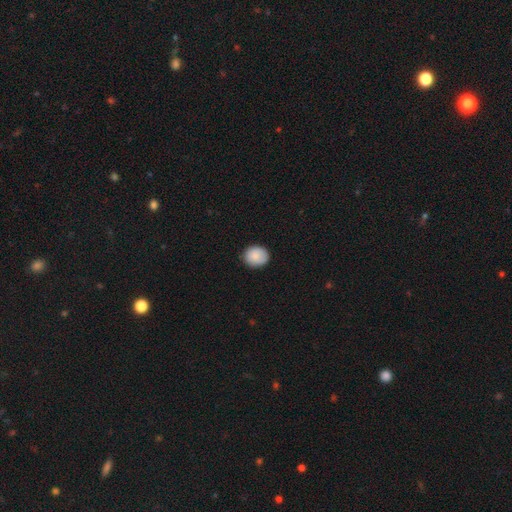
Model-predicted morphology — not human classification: smooth-or-featured: smooth: 87% | star or artifact: 7% | featured or disk: 6%
  how-rounded: round: 68% | in between: 31% | cigar-shaped: 1%
  merging: none: 84% | minor disturbance: 12% | major disturbance: 2% | merger: 1%